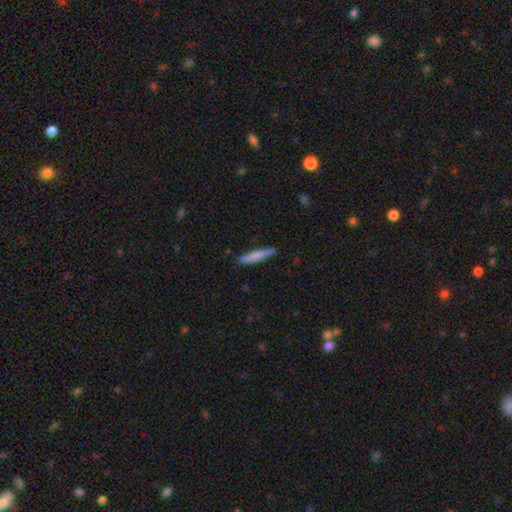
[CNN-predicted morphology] A smooth galaxy with no disk features (72%) that is cigar-shaped (94%). Merging: none (86%).